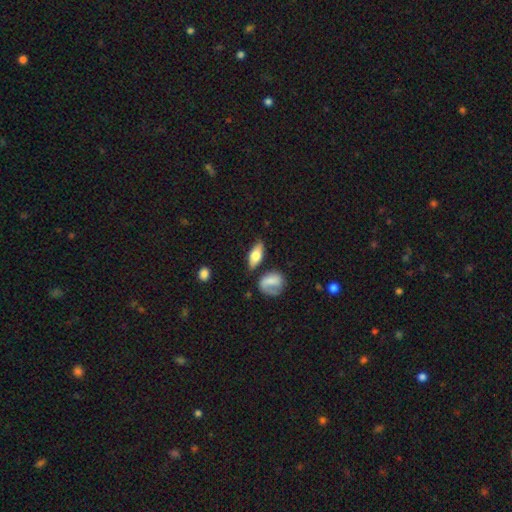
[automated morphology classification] The model was most divided on "smooth or featured": smooth: 63%, featured or disk: 30%, star or artifact: 7%. More confident: how rounded — in between (73%); merging — none (72%).